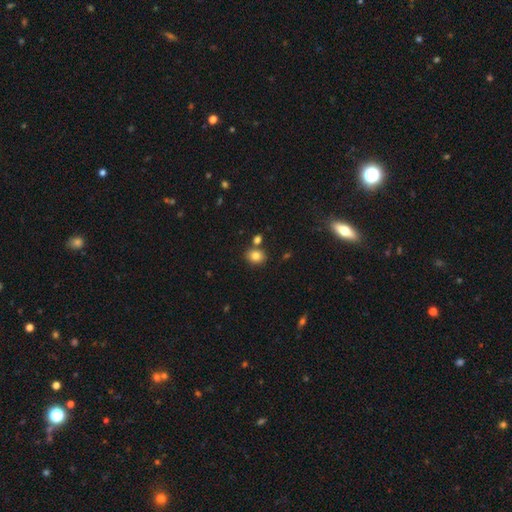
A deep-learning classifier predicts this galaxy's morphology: Smooth or featured: smooth — 82% (star or artifact — 11%)
How rounded: round — 54% (in between — 45%)
Merging: none — 75% (merger — 13%)